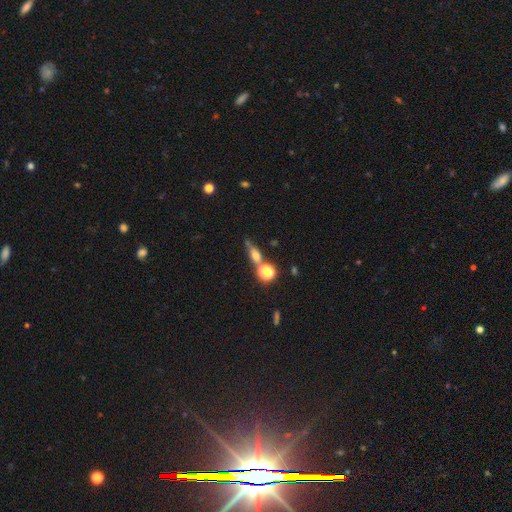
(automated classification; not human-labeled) Smooth or featured?
  - smooth: 55% *
  - featured or disk: 24%
  - star or artifact: 21%
How rounded?
  - in between: 43% *
  - round: 30%
  - cigar-shaped: 27%
Merging?
  - none: 52% *
  - merger: 24%
  - minor disturbance: 16%
  - major disturbance: 8%